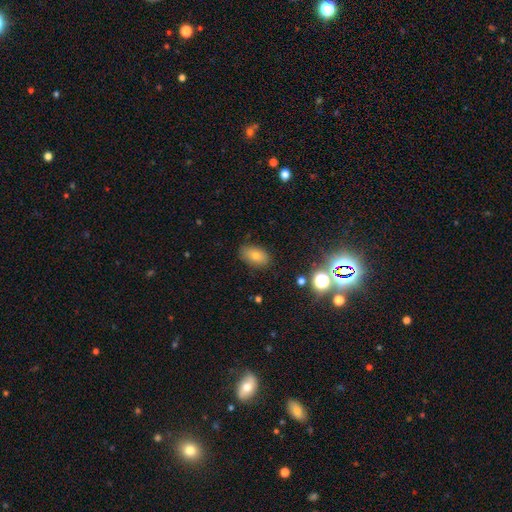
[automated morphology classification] The model was most divided on "smooth or featured": smooth: 74%, featured or disk: 13%, star or artifact: 12%. More confident: how rounded — in between (90%); merging — none (81%).